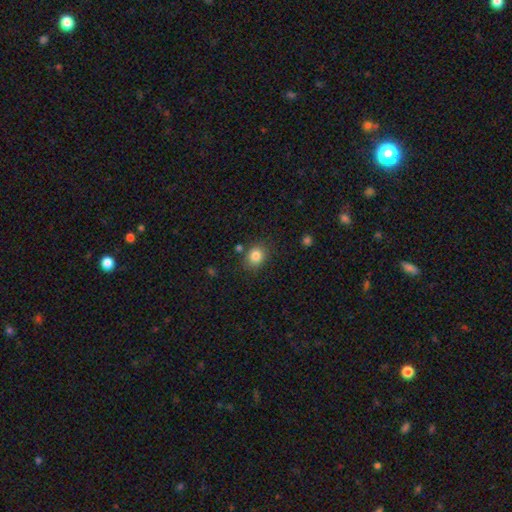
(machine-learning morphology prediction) This appears to be a smooth galaxy with no disk features (83%) that is round (58%). Merging: none (79%).